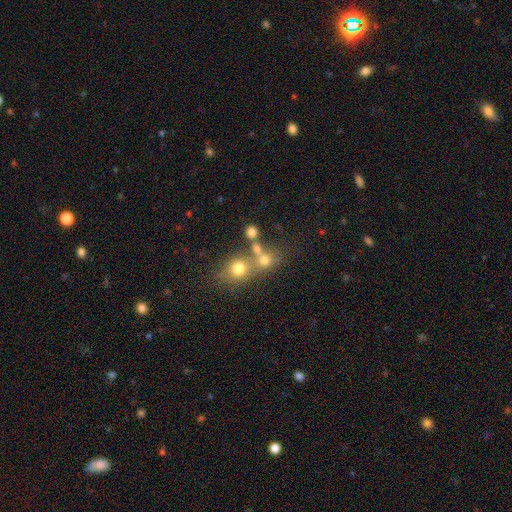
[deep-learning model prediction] Morphology: type=smooth (56%); roundness=round (73%); merging=merger (50%).